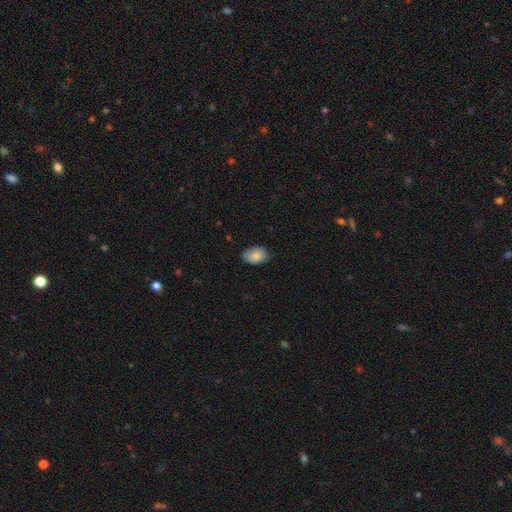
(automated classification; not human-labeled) A smooth galaxy with no disk features (84%) that is in between round and cigar-shaped (80%). Merging: none (78%).